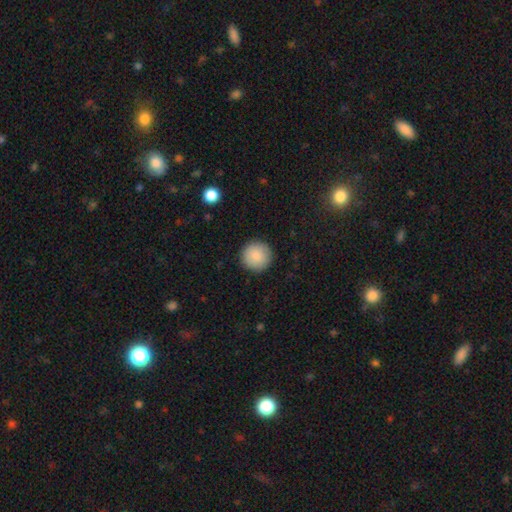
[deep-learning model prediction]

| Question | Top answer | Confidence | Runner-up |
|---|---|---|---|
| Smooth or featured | smooth | 88% | star or artifact (7%) |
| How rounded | round | 96% | in between (3%) |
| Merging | none | 92% | minor disturbance (5%) |